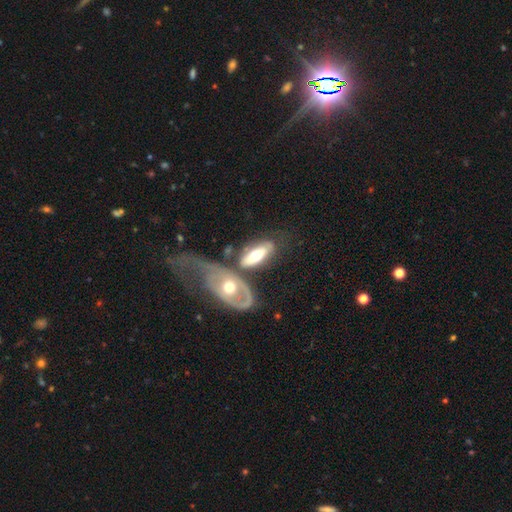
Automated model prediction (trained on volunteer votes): Smooth or featured? smooth (47%, tied with featured or disk)
Merging? merger (37%)